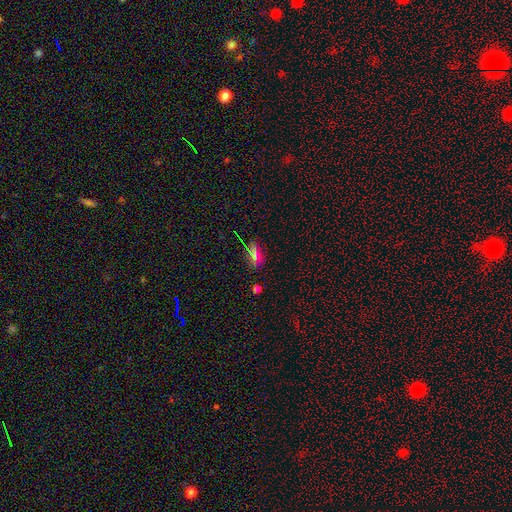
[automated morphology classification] Overall: smooth (62%; star or artifact 29%). How rounded: in between (78%). Merging: none (82%).